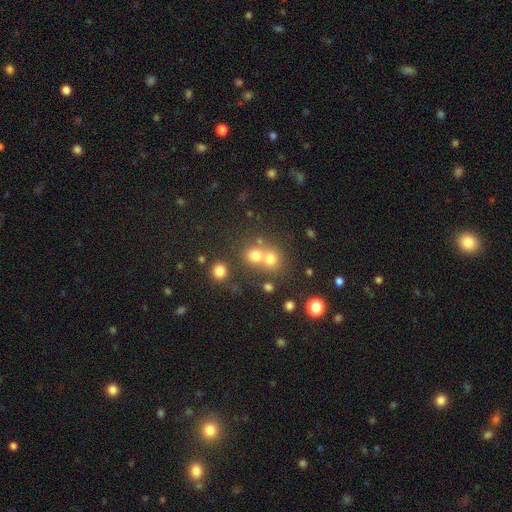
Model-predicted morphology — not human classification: smooth-or-featured: smooth: 70% | star or artifact: 18% | featured or disk: 12%
  how-rounded: round: 80% | in between: 19% | cigar-shaped: 1%
  merging: merger: 50% | none: 40% | minor disturbance: 6% | major disturbance: 3%